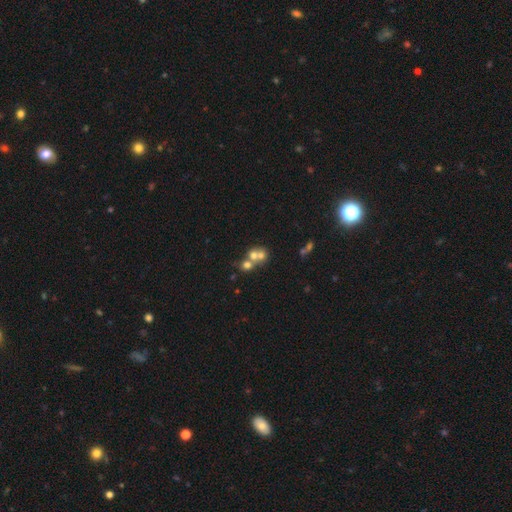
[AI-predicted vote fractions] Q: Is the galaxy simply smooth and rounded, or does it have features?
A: smooth — 60%.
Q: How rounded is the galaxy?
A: round — 78%.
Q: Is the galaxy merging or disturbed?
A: merger — 62%.